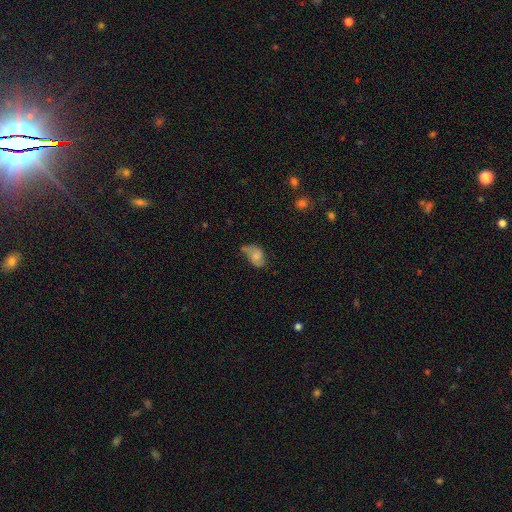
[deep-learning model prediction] A smooth galaxy with no disk features (51%) that is in between round and cigar-shaped (86%).

Vote fractions:
- Smooth or featured? smooth: 51% / featured or disk: 40% / star or artifact: 9%
- How rounded? in between: 86% / round: 12% / cigar-shaped: 2%
- Merging? none: 38% (tied) / minor disturbance: 38% (tied) / major disturbance: 19% / merger: 5%